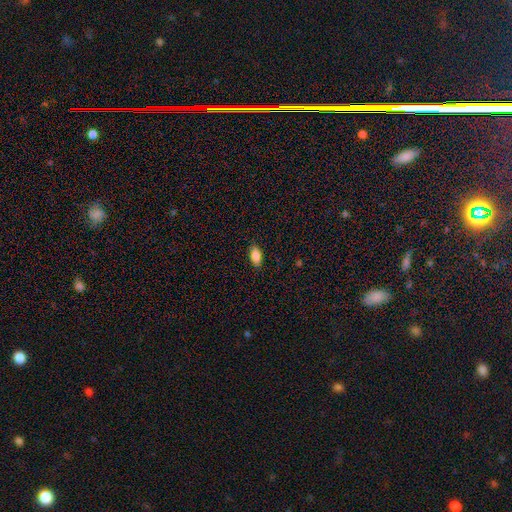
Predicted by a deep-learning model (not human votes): A smooth galaxy with no disk features (85%) that is in between round and cigar-shaped (89%).

Vote fractions:
- Smooth or featured? smooth: 85% / star or artifact: 8% / featured or disk: 7%
- How rounded? in between: 89% / cigar-shaped: 8% / round: 4%
- Merging? none: 87% / minor disturbance: 9% / major disturbance: 2% / merger: 1%